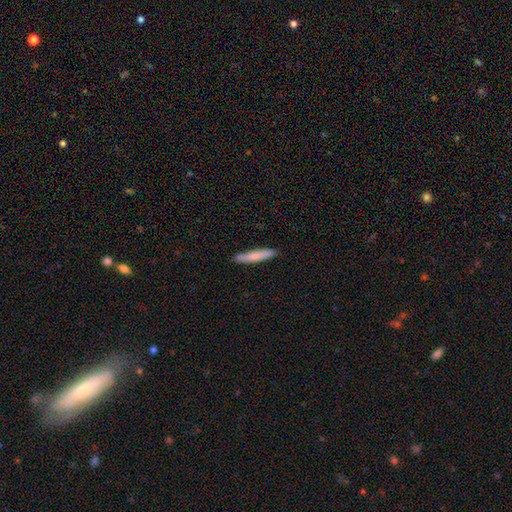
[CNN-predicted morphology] The model was most divided on "smooth or featured": smooth: 77%, featured or disk: 18%, star or artifact: 6%. More confident: how rounded — cigar-shaped (92%); merging — none (88%).